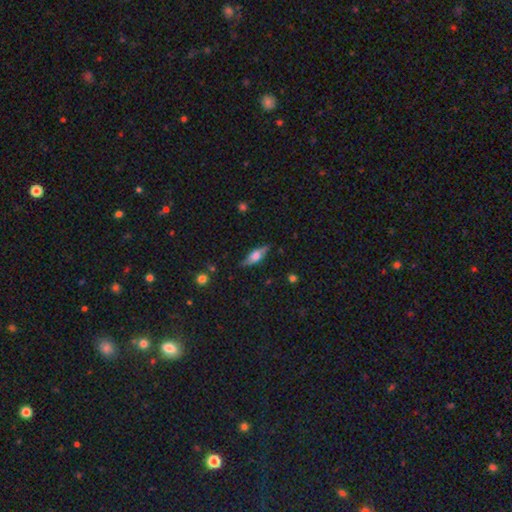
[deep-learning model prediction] Morphology: type=featured or disk (49%); merging=none (83%).